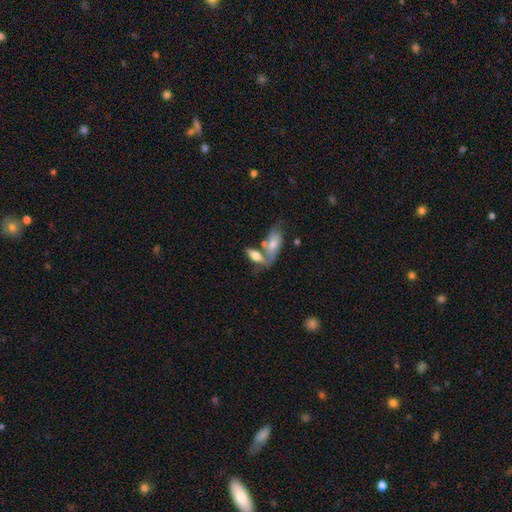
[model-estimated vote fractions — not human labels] Morphology: type=smooth (62%); roundness=in between (73%); merging=merger (43%).